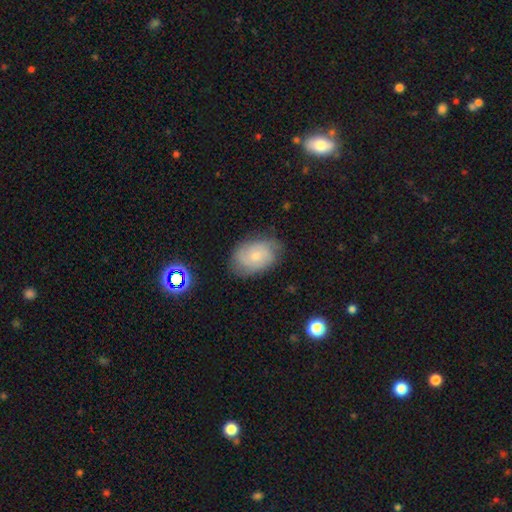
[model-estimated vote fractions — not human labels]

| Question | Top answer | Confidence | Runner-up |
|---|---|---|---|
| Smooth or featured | featured or disk | 50% | smooth (41%) |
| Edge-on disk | no | 96% | yes (4%) |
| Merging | none | 70% | minor disturbance (23%) |